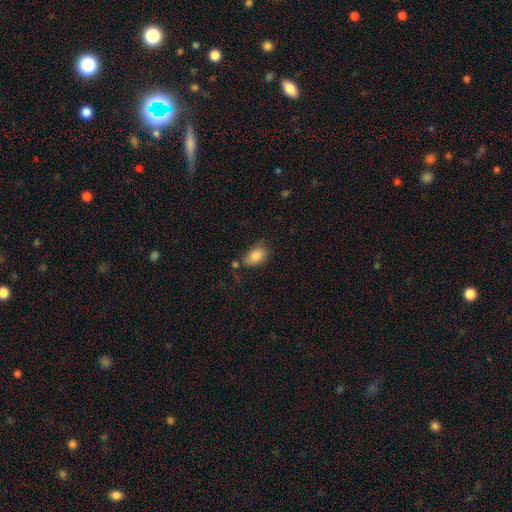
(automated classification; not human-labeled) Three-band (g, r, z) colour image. It shows a smooth galaxy with no disk features (85%) that is in between round and cigar-shaped (90%). Merging: none (62%).